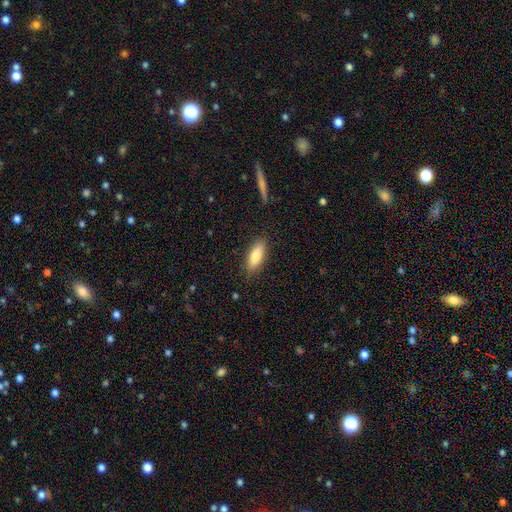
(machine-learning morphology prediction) The model was most divided on "how rounded": in between: 65%, cigar-shaped: 33%, round: 2%. More confident: merging — none (86%); smooth or featured — smooth (81%).